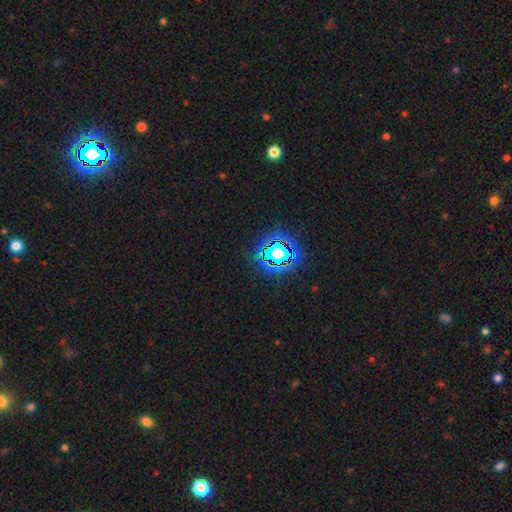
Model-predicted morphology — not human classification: Overall: star or artifact (82%).